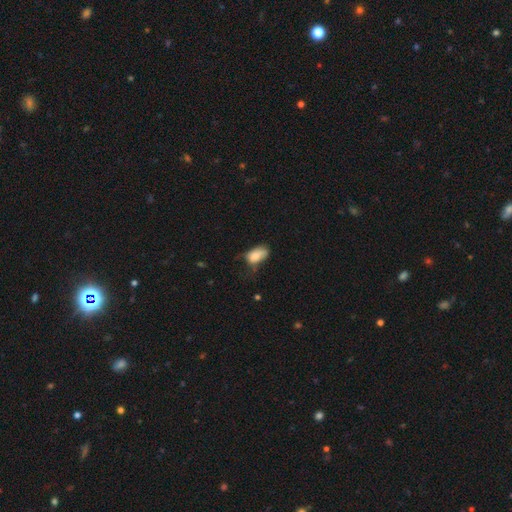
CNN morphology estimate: smooth_or_featured: smooth (p=0.80) [alt: featured or disk p=0.12]
how_rounded: in between (p=0.91) [alt: round p=0.06]
merging: minor disturbance (p=0.41) [alt: none p=0.36]